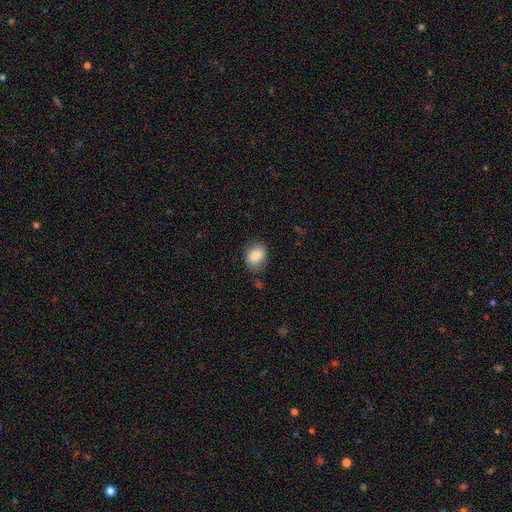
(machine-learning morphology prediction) This is clearly a smooth galaxy (84%). How rounded: likely in between (67%). Merging: likely none (73%).